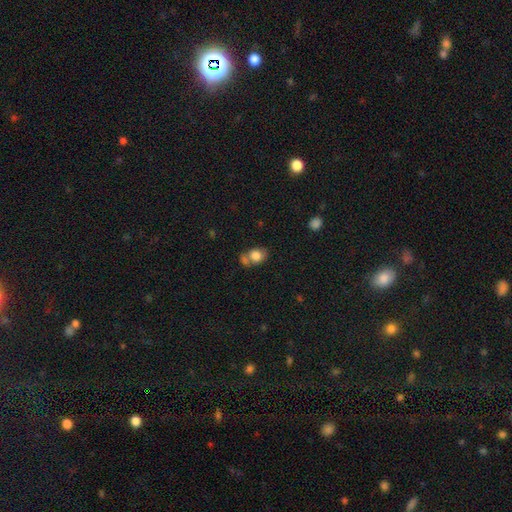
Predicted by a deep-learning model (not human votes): This appears to be a smooth galaxy with no disk features (80%) that is round (50%). Merging: none (43%).